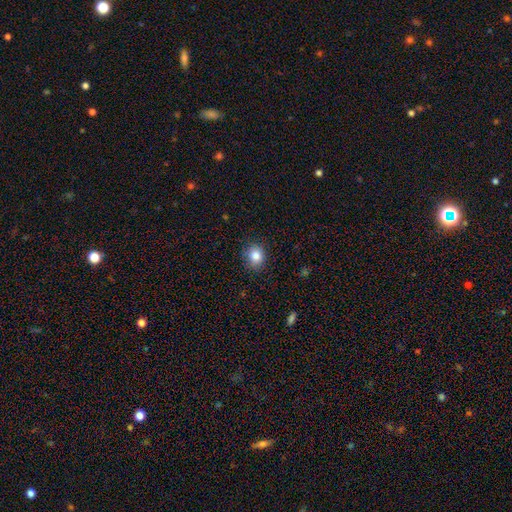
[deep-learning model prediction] Smooth or featured?
  - smooth: 84% *
  - star or artifact: 11%
  - featured or disk: 6%
How rounded?
  - round: 68% *
  - in between: 31%
  - cigar-shaped: 1%
Merging?
  - none: 86% *
  - minor disturbance: 10%
  - major disturbance: 2%
  - merger: 1%